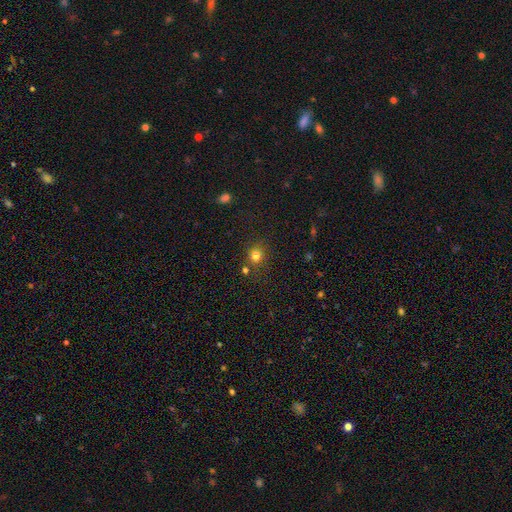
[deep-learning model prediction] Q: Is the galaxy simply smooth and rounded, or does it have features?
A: smooth — 77%.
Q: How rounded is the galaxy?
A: round — 81%.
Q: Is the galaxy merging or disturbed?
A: none — 75%.